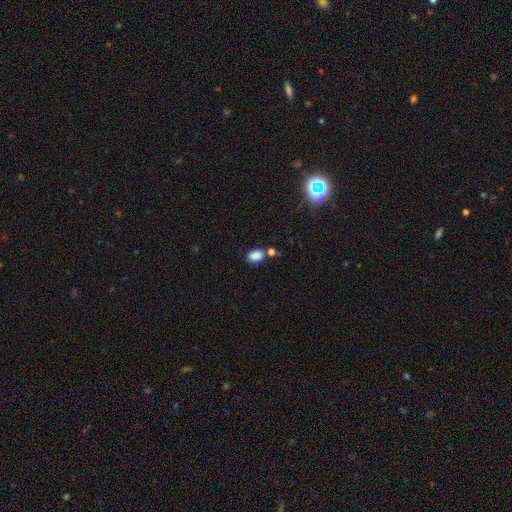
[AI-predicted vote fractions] smooth-or-featured: smooth: 85% | star or artifact: 11% | featured or disk: 4%
  how-rounded: in between: 80% | round: 19% | cigar-shaped: 1%
  merging: none: 65% | merger: 16% | minor disturbance: 14% | major disturbance: 4%